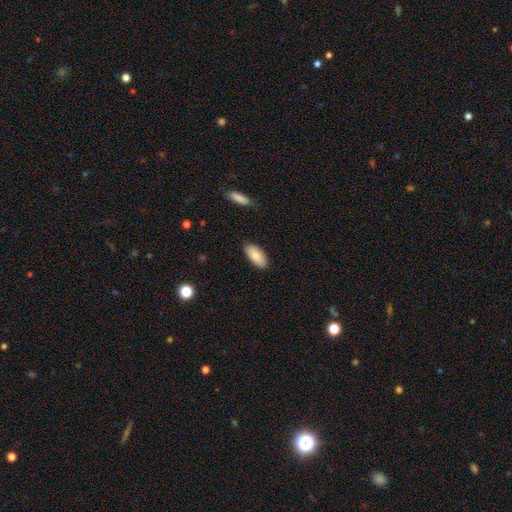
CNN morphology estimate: Smooth or featured? Predicted: smooth (p=0.84). How rounded? Predicted: in between (p=0.92). Merging? Predicted: none (p=0.86).